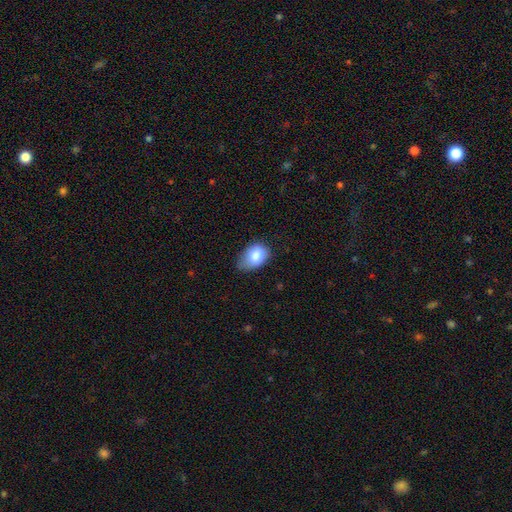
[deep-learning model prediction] Overall: smooth (81%). How rounded: in between (84%). Merging: none (48%; minor disturbance 40%).